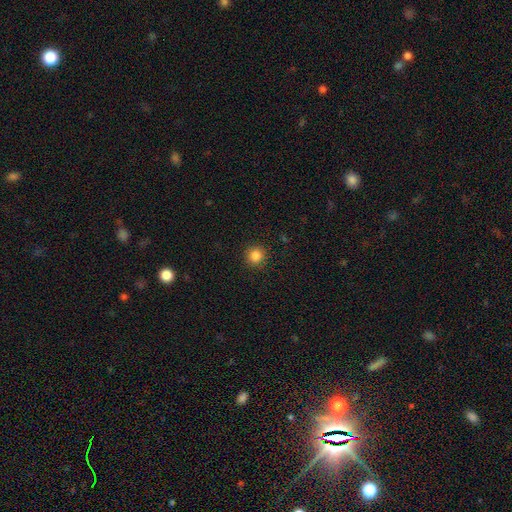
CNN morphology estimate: smooth-or-featured: smooth: 85% | star or artifact: 11% | featured or disk: 4%
  how-rounded: round: 93% | in between: 6% | cigar-shaped: 1%
  merging: none: 91% | minor disturbance: 6% | major disturbance: 2% | merger: 1%